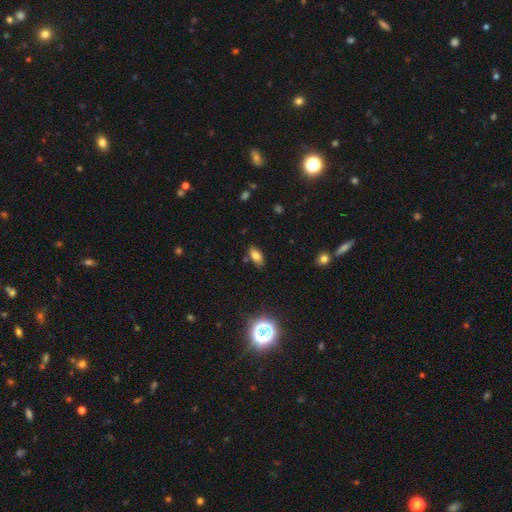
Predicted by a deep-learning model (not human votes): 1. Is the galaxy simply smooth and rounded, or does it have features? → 75% smooth, 13% star or artifact, 11% featured or disk.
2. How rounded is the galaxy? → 86% in between, 10% cigar-shaped, 4% round.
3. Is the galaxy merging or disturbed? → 80% none, 13% minor disturbance, 4% merger, 3% major disturbance.